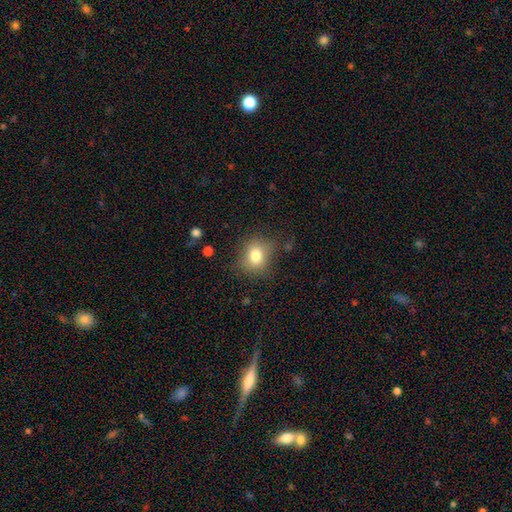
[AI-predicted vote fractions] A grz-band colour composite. It shows a smooth galaxy with no disk features (78%) that is round (61%). Merging: none (76%).